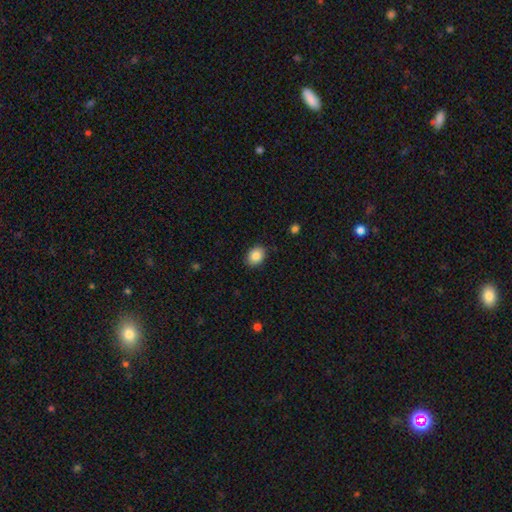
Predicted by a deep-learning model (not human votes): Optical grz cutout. It shows a smooth galaxy with no disk features (86%) that is in between round and cigar-shaped (59%). Merging: none (88%).